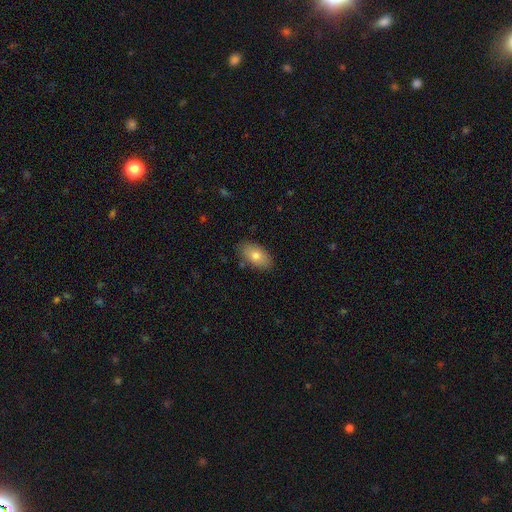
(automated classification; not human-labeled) Smooth or featured? Predicted: smooth (p=0.75). How rounded? Predicted: in between (p=0.92). Merging? Predicted: none (p=0.84).